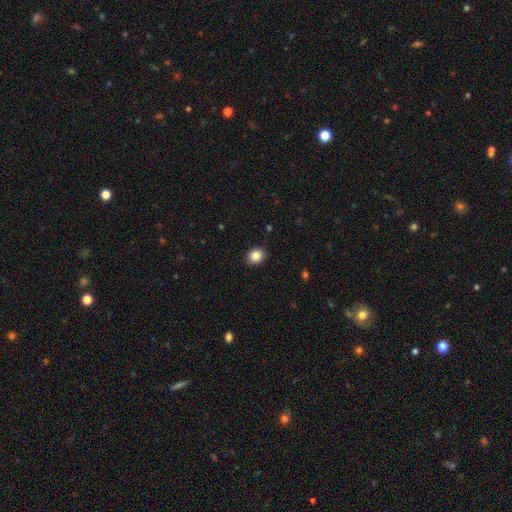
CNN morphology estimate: smooth-or-featured: smooth: 87% | star or artifact: 9% | featured or disk: 4%
  how-rounded: round: 70% | in between: 29% | cigar-shaped: 1%
  merging: none: 91% | minor disturbance: 7% | major disturbance: 2% | merger: 1%